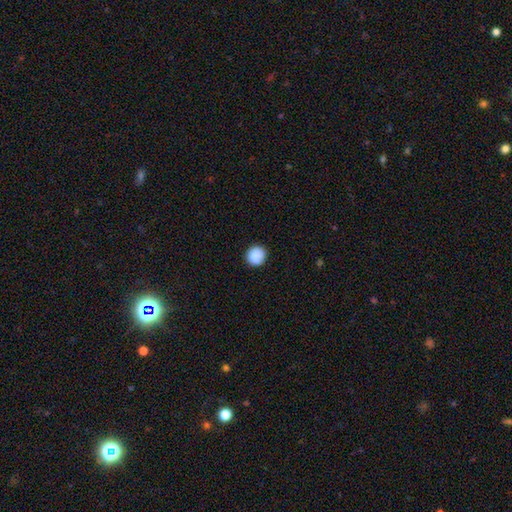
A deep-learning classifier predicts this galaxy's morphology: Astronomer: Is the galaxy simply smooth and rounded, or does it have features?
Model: smooth — 89%.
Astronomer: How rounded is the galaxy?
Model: round — 92%.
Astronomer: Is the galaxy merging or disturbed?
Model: none — 90%.